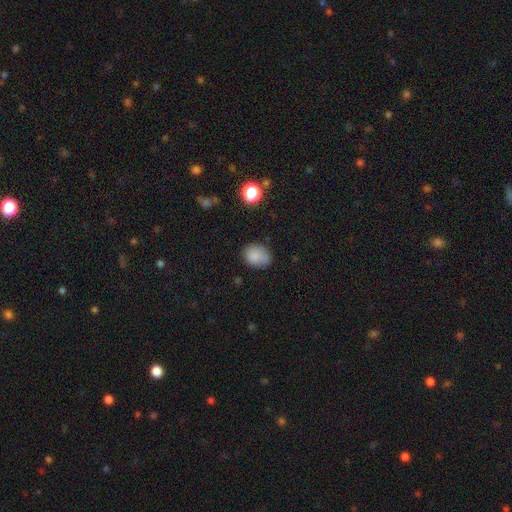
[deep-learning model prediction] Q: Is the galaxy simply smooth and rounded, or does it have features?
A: smooth — 83%.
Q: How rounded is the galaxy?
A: in between — 59%.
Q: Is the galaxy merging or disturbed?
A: none — 71%.